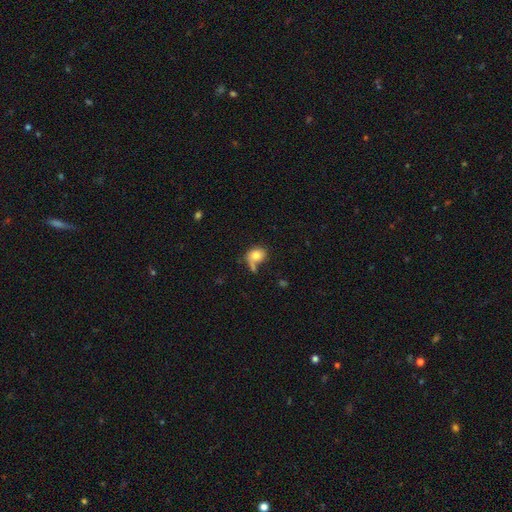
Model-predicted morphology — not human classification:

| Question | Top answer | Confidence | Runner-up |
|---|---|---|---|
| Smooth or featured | smooth | 77% | featured or disk (14%) |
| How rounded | round | 50% | in between (48%) |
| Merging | none | 46% | merger (21%) |